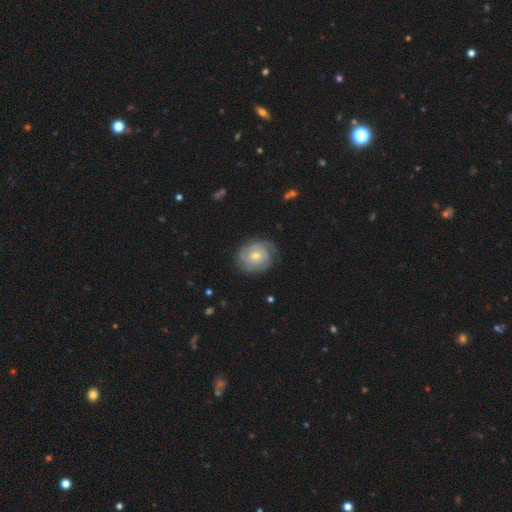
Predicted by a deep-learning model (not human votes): A featured or disk galaxy (71%) with no bar (71%), tight (73%) spiral arms (91%) and a moderate central bulge (51%). Merging: none (78%).